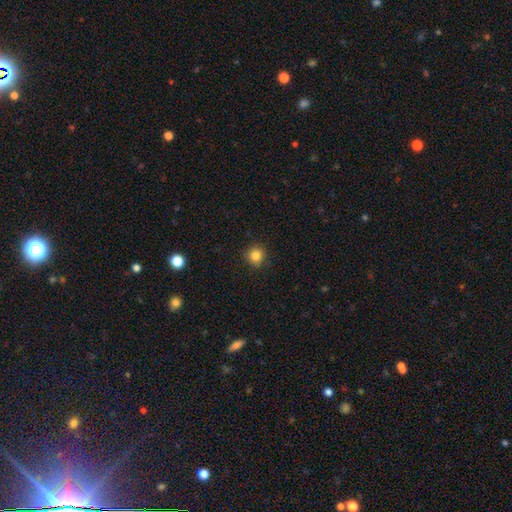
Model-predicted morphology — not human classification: Overall: smooth (84%). How rounded: round (93%). Merging: none (91%).